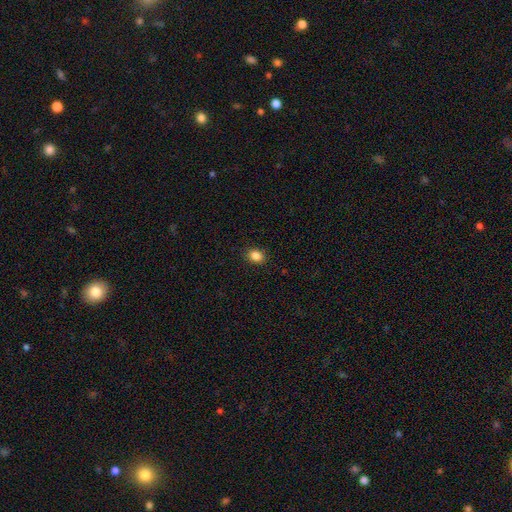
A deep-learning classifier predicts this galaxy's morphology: Overall: smooth (86%). How rounded: in between (60%; round 39%). Merging: none (89%).